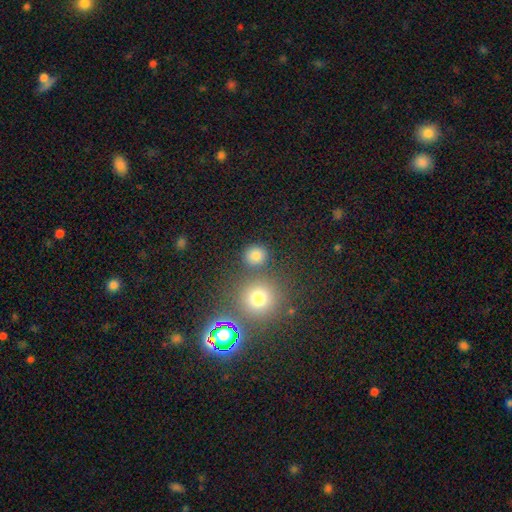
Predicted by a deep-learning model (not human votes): Smooth or featured: smooth — 78% (star or artifact — 17%)
How rounded: round — 87% (in between — 12%)
Merging: none — 80% (merger — 8%)